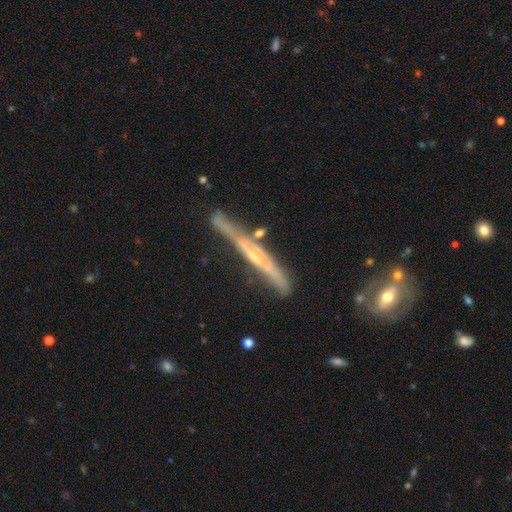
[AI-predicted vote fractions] A featured or disk galaxy (75%) viewed edge-on (93%) with a rounded central bulge (47%).

Vote fractions:
- Smooth or featured? featured or disk: 75% / smooth: 19% / star or artifact: 6%
- Edge-on disk? yes: 93% / no: 7%
- Edge-on bulge? rounded: 47% / none: 44% / boxy: 9%
- Merging? none: 69% / minor disturbance: 20% / merger: 6% / major disturbance: 5%